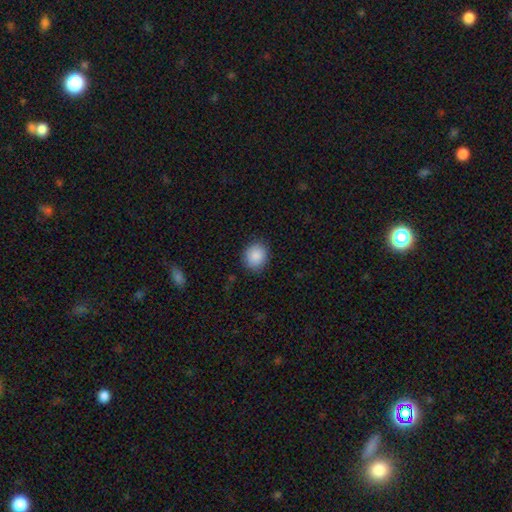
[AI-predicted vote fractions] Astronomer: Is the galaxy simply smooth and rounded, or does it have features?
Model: smooth — 88%.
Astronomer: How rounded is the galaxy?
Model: round — 78%.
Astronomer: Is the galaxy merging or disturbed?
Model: none — 86%.